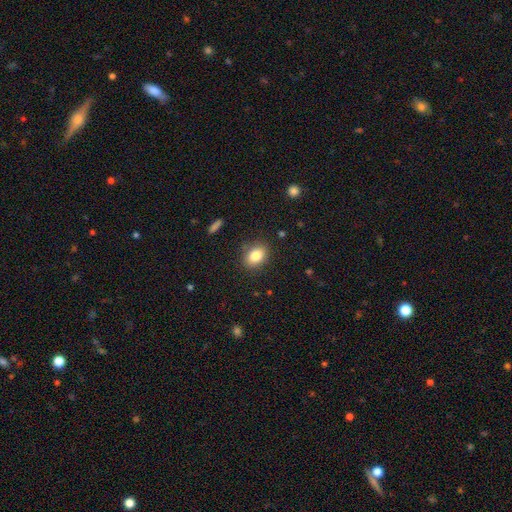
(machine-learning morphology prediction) The model was most divided on "how rounded": in between: 69%, round: 30%, cigar-shaped: 1%. More confident: merging — none (85%); smooth or featured — smooth (82%).